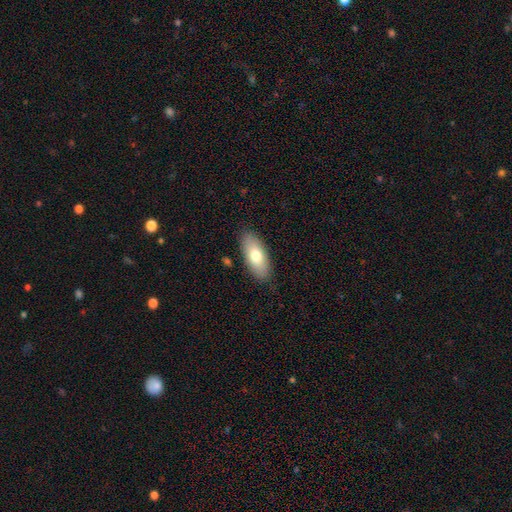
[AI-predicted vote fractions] The model was most divided on "smooth or featured": smooth: 74%, featured or disk: 20%, star or artifact: 6%. More confident: merging — none (86%); how rounded — in between (85%).